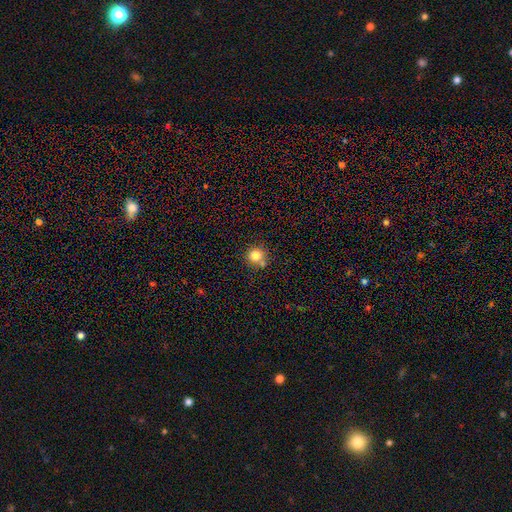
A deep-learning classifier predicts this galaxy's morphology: A smooth galaxy with no disk features (82%) that is round (91%).

Vote fractions:
- Smooth or featured? smooth: 82% / star or artifact: 11% / featured or disk: 7%
- How rounded? round: 91% / in between: 8% / cigar-shaped: 1%
- Merging? none: 67% / merger: 17% / minor disturbance: 12% / major disturbance: 3%